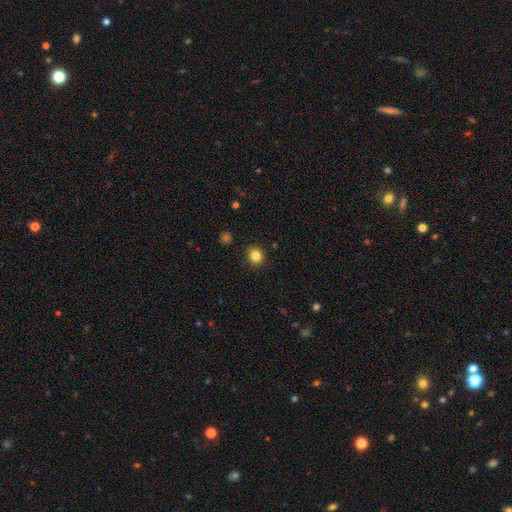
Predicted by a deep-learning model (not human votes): A smooth galaxy with no disk features (84%) that is round (87%). Merging: none (91%).